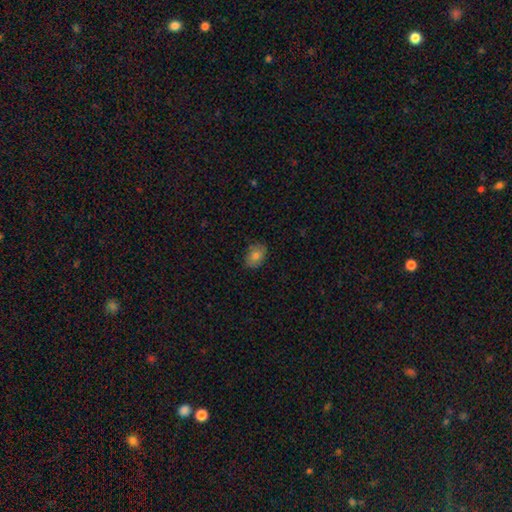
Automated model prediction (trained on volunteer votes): A smooth galaxy with no disk features (71%) that is in between round and cigar-shaped (71%).

Vote fractions:
- Smooth or featured? smooth: 71% / featured or disk: 18% / star or artifact: 11%
- How rounded? in between: 71% / round: 28% / cigar-shaped: 1%
- Merging? none: 81% / minor disturbance: 15% / major disturbance: 3% / merger: 1%